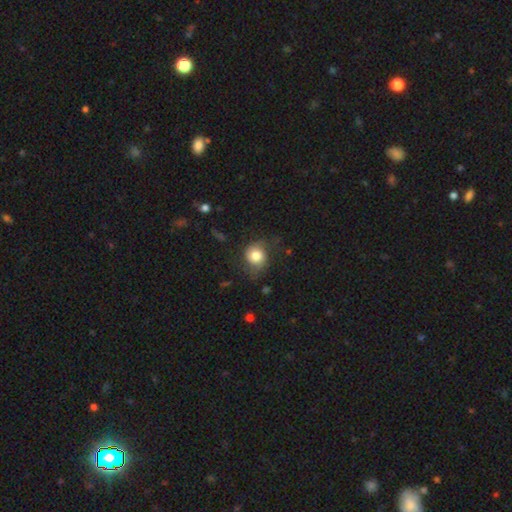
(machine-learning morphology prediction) Smooth or featured?
  - smooth: 70% *
  - featured or disk: 22%
  - star or artifact: 9%
How rounded?
  - round: 72% *
  - in between: 27%
  - cigar-shaped: 1%
Merging?
  - none: 59% *
  - minor disturbance: 26%
  - major disturbance: 13%
  - merger: 2%